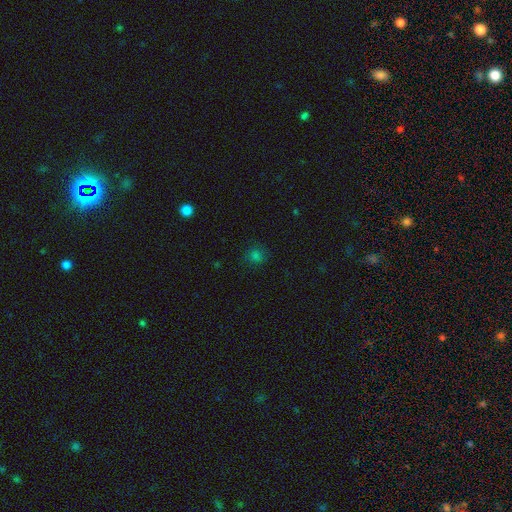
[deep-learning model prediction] smooth_or_featured: smooth (p=0.71) [alt: star or artifact p=0.23]
how_rounded: round (p=0.86) [alt: in between p=0.13]
merging: none (p=0.83) [alt: minor disturbance p=0.11]